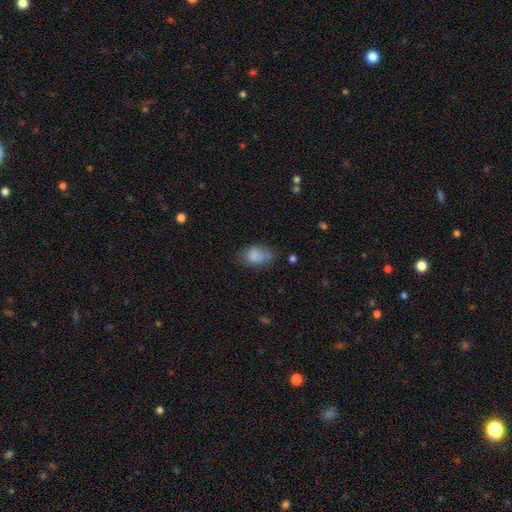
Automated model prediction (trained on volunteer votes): smooth-or-featured: smooth: 82% | featured or disk: 9% | star or artifact: 9%
  how-rounded: in between: 75% | round: 24% | cigar-shaped: 1%
  merging: none: 52% | minor disturbance: 29% | major disturbance: 11% | merger: 9%